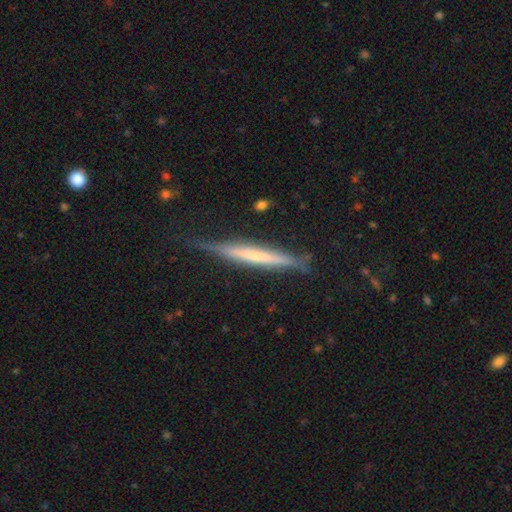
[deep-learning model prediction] A featured or disk galaxy (60%) viewed edge-on (96%) with no central bulge (68%). Merging: none (79%).